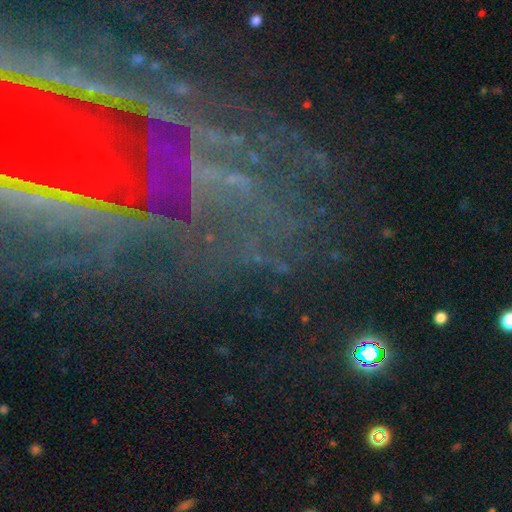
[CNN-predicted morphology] type=featured or disk (52%); edge-on=no (92%); merging=none (65%).